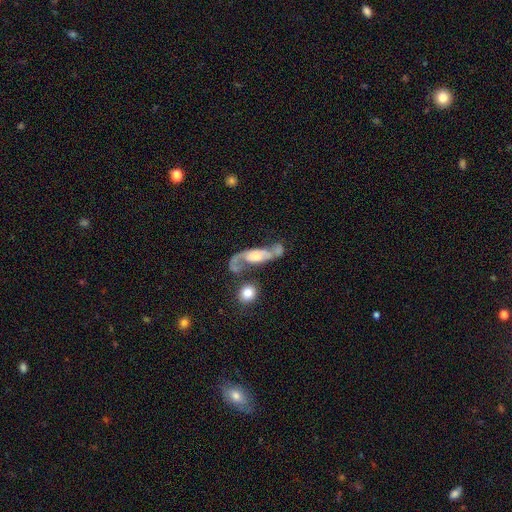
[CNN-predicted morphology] Smooth or featured?
  - featured or disk: 74% *
  - smooth: 18%
  - star or artifact: 7%
Edge-on disk?
  - no: 82% *
  - yes: 18%
Bar?
  - no: 56% *
  - weak: 31%
  - strong: 13%
Spiral arms?
  - yes: 86% *
  - no: 14%
Spiral winding?
  - loose: 57% *
  - medium: 32%
  - tight: 11%
Spiral arm count?
  - 2: 78% *
  - 1: 13%
  - can't tell: 6%
  - 3: 1%
  - 4: 1%
  - more than 4: 1%
Bulge size?
  - moderate: 37% *
  - large: 25%
  - small: 21%
  - none: 12%
  - dominant: 4%
Merging?
  - none: 36% *
  - merger: 25%
  - major disturbance: 21%
  - minor disturbance: 17%